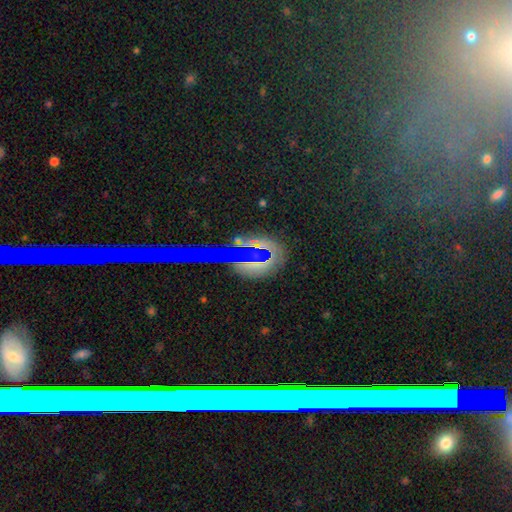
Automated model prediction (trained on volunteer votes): smooth-or-featured: smooth: 39% | star or artifact: 32% | featured or disk: 29%
  merging: none: 78% | minor disturbance: 14% | major disturbance: 5% | merger: 3%